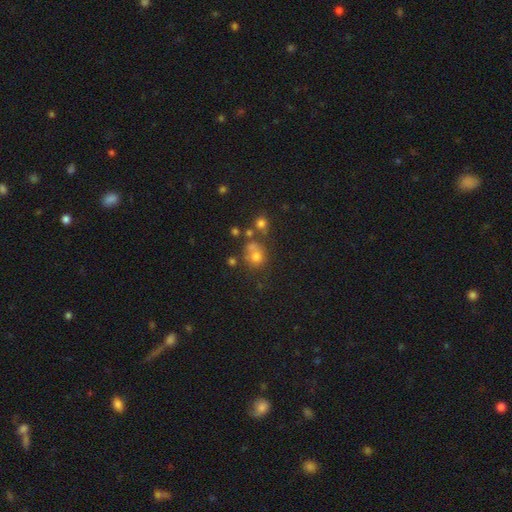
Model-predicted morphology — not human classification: smooth_or_featured: smooth (p=0.66) [alt: star or artifact p=0.19]
how_rounded: round (p=0.77) [alt: in between p=0.22]
merging: none (p=0.48) [alt: merger p=0.27]